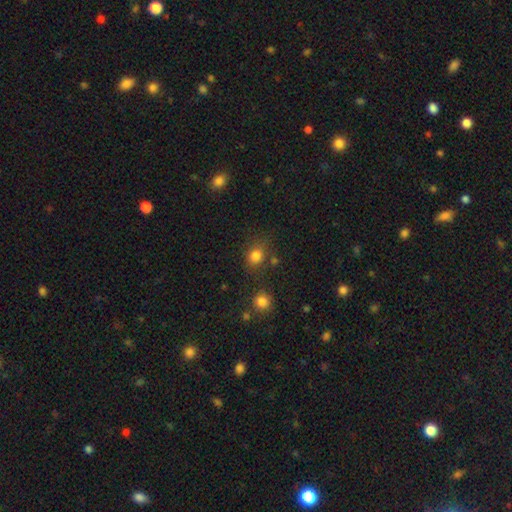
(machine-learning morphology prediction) smooth_or_featured: smooth (p=0.81) [alt: star or artifact p=0.14]
how_rounded: round (p=0.67) [alt: in between p=0.32]
merging: none (p=0.71) [alt: minor disturbance p=0.14]